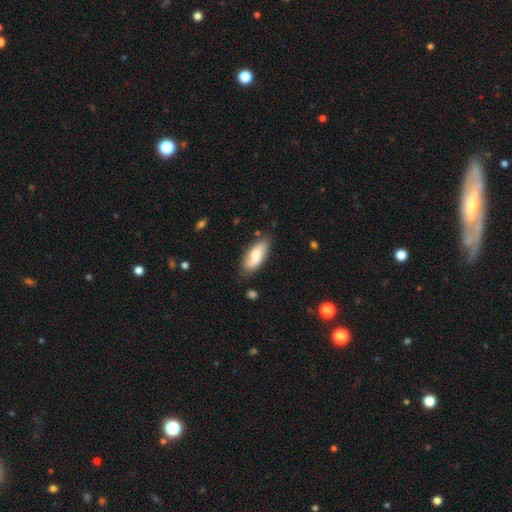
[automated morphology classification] A smooth galaxy with no disk features (68%) that is in between round and cigar-shaped (86%). Merging: none (73%).